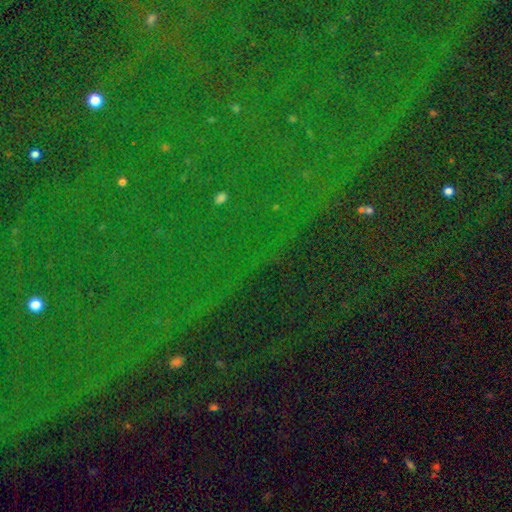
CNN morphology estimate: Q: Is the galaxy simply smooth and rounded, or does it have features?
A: star or artifact — 85%.